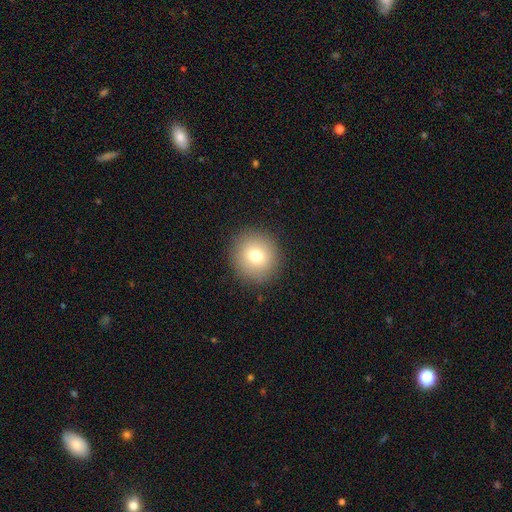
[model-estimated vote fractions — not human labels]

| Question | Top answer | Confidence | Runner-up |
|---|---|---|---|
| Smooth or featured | smooth | 77% | featured or disk (12%) |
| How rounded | round | 93% | in between (6%) |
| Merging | none | 91% | minor disturbance (6%) |